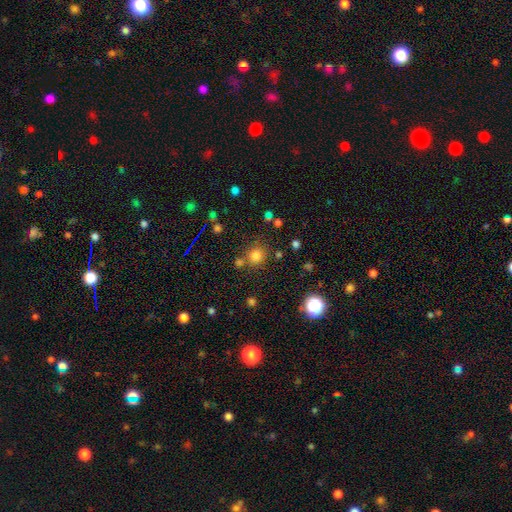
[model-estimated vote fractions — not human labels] Smooth or featured: smooth — 78% (star or artifact — 16%)
How rounded: round — 89% (in between — 10%)
Merging: none — 75% (merger — 11%)